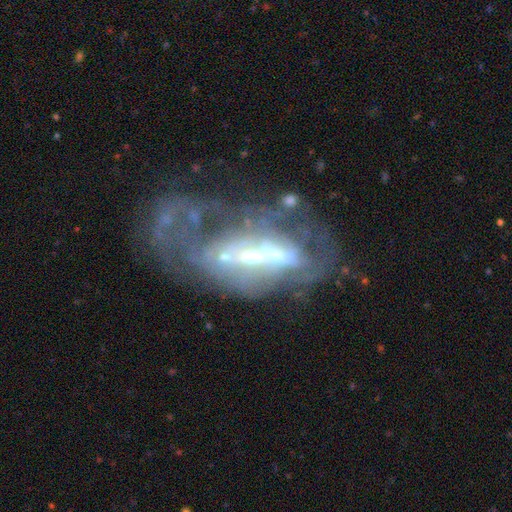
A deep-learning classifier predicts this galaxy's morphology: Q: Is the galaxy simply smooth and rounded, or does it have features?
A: featured or disk — 74%.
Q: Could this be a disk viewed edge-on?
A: no — 87%.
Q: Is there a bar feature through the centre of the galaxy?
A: no — 44%.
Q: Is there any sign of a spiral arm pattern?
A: no — 60%.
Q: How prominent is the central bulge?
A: small — 44%.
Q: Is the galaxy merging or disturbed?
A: major disturbance — 44%.